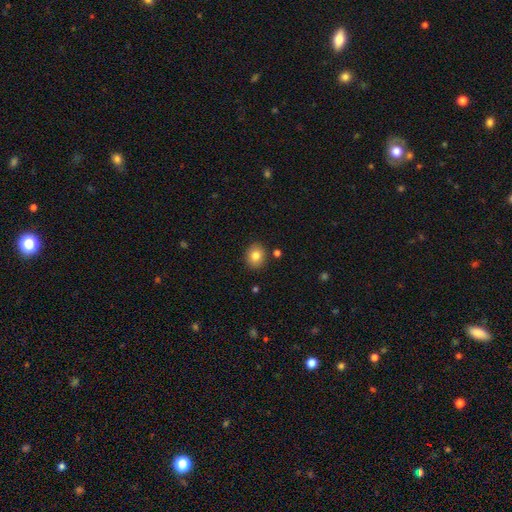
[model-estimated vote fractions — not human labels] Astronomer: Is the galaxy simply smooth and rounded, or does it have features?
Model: smooth — 81%.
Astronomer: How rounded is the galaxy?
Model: round — 62%.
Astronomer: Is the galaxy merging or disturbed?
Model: none — 87%.